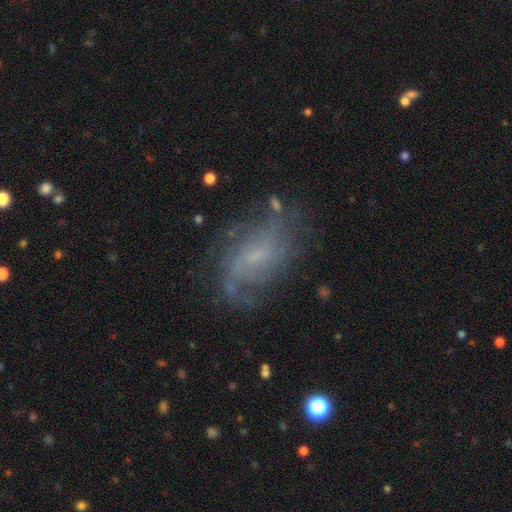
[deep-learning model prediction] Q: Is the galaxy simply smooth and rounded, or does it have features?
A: featured or disk — 74%.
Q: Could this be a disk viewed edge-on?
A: no — 96%.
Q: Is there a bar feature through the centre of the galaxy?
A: no — 49%.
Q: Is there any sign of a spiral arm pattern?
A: yes — 88%.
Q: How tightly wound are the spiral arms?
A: medium — 39%.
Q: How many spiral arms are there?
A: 2 — 36%.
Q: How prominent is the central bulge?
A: small — 60%.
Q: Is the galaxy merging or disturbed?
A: none — 67%.